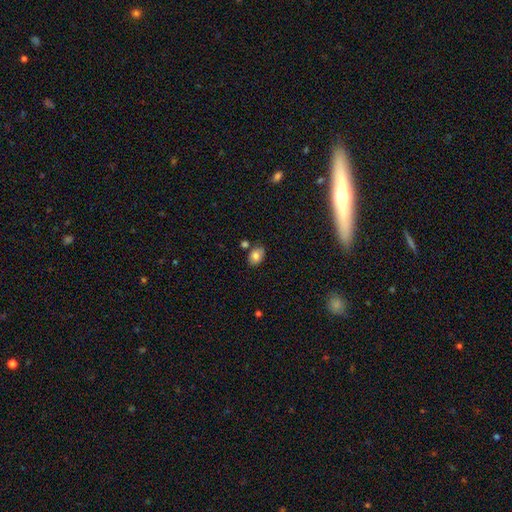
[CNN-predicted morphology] Smooth or featured? Predicted: smooth (p=0.79). How rounded? Predicted: in between (p=0.79). Merging? Predicted: none (p=0.73).